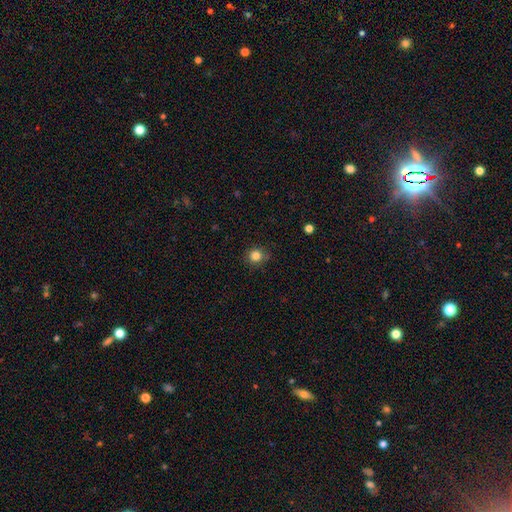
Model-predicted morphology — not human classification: The model was most divided on "smooth or featured": smooth: 83%, star or artifact: 12%, featured or disk: 5%. More confident: how rounded — round (88%); merging — none (85%).